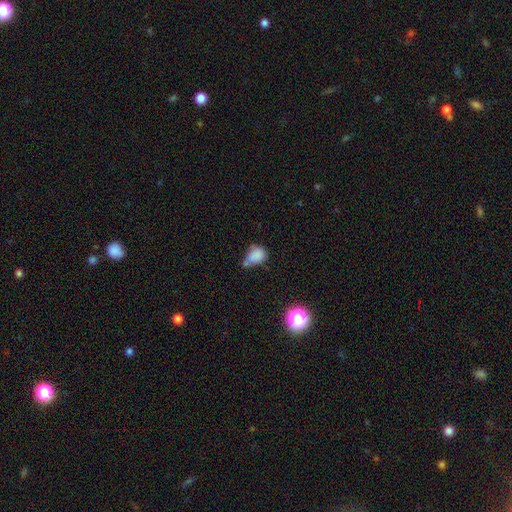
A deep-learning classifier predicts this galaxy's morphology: Smooth or featured? Predicted: smooth (p=0.79). How rounded? Predicted: in between (p=0.60). Merging? Predicted: minor disturbance (p=0.35).